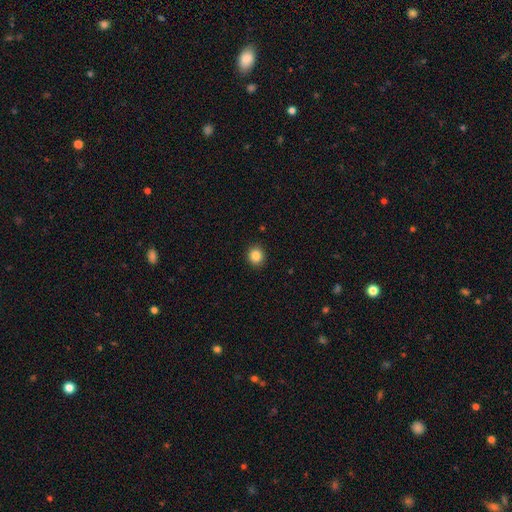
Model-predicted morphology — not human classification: This appears to be a smooth galaxy with no disk features (86%) that is round (86%). Merging: none (92%).